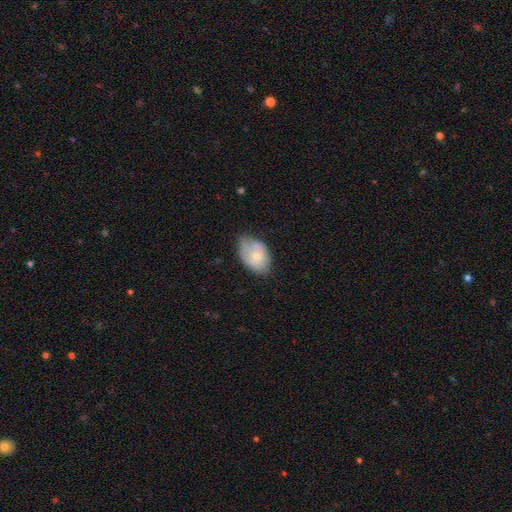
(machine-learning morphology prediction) smooth 61%, featured or disk 32%, star or artifact 7%. Down the decision tree: how rounded — in between (84%); merging — none (46%).